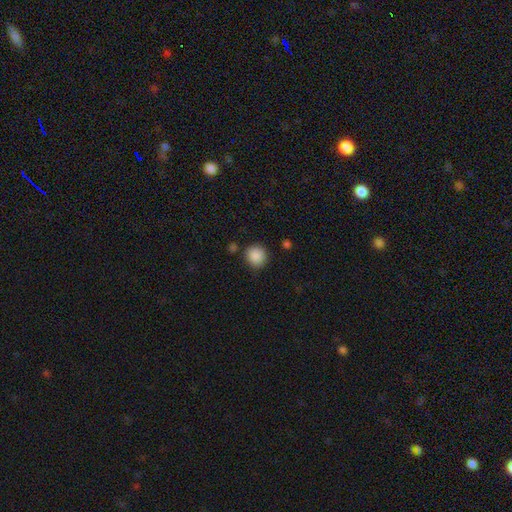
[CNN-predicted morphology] smooth_or_featured: smooth (p=0.88) [alt: star or artifact p=0.09]
how_rounded: round (p=0.89) [alt: in between p=0.10]
merging: none (p=0.84) [alt: minor disturbance p=0.10]